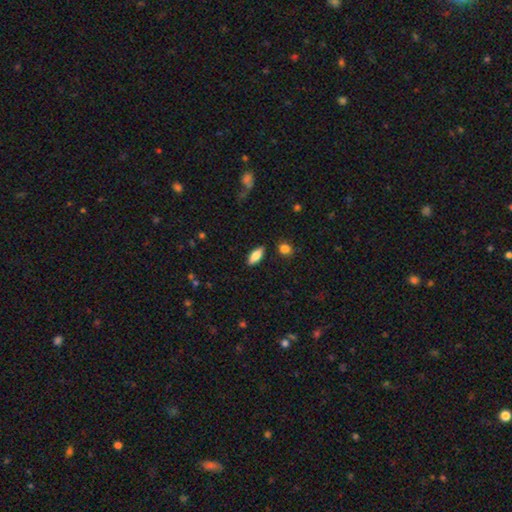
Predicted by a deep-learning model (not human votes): Smooth or featured? smooth (80%)
How rounded? in between (78%)
Merging? none (87%)